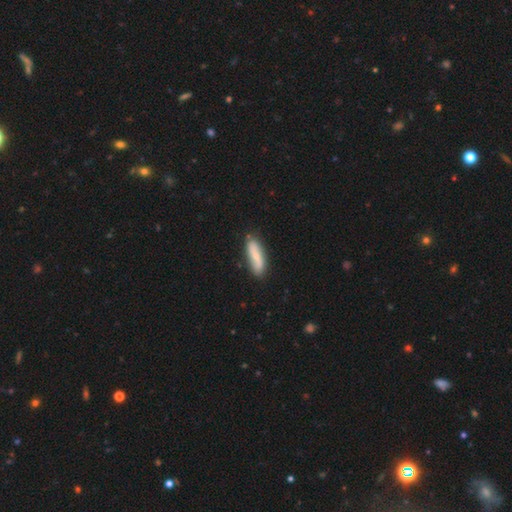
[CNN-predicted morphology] Overall: smooth (68%). How rounded: cigar-shaped (62%; in between 36%). Merging: none (79%).